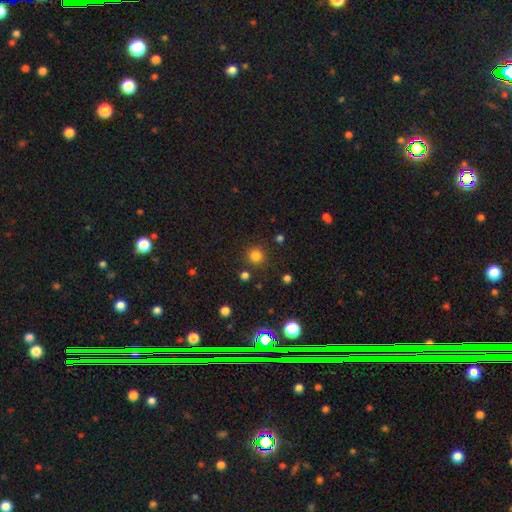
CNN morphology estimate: Smooth or featured: smooth — 80% (star or artifact — 15%)
How rounded: round — 94% (in between — 5%)
Merging: none — 86% (minor disturbance — 7%)